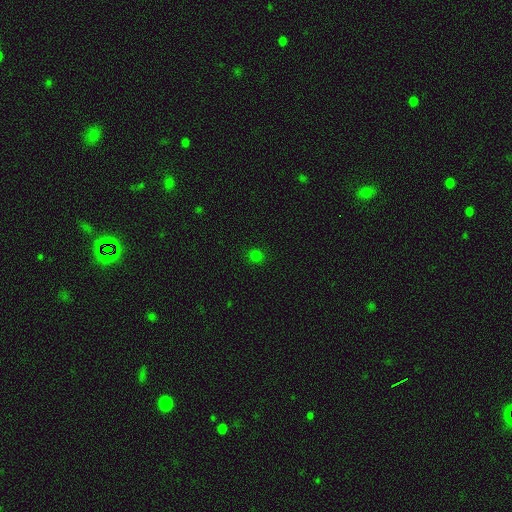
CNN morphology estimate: A smooth galaxy with no disk features (77%) that is round (89%).

Vote fractions:
- Smooth or featured? smooth: 77% / star or artifact: 19% / featured or disk: 3%
- How rounded? round: 89% / in between: 10% / cigar-shaped: 1%
- Merging? none: 91% / minor disturbance: 6% / major disturbance: 2% / merger: 1%